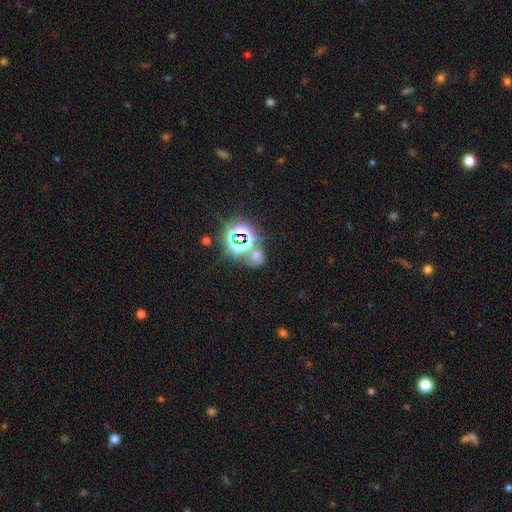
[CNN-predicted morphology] Q: Smooth or featured?
A: star or artifact (52%); runner-up: smooth (38%)